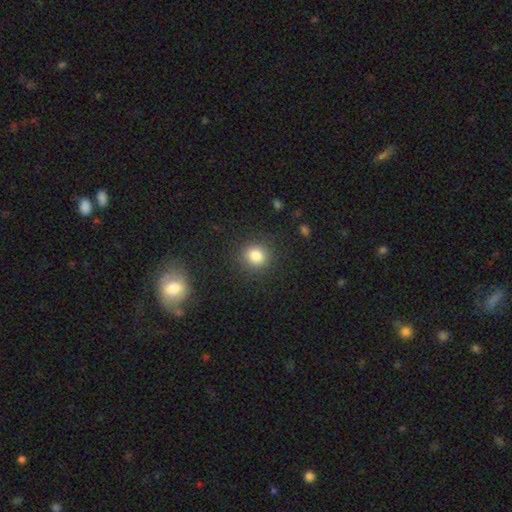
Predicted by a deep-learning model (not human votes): smooth 83%, star or artifact 12%, featured or disk 5%. Down the decision tree: how rounded — round (86%); merging — none (88%).